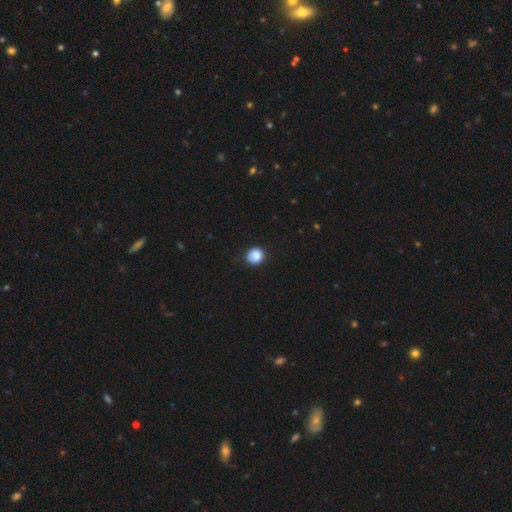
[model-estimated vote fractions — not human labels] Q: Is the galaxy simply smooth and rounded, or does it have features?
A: smooth — 88%.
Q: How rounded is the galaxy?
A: round — 87%.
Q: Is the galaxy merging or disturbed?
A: none — 86%.